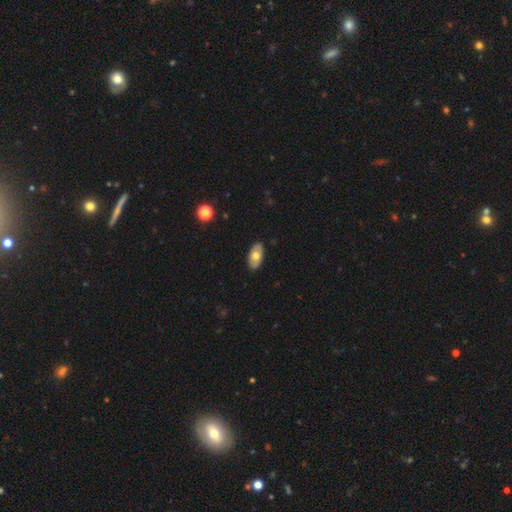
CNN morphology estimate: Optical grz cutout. It shows a smooth galaxy with no disk features (62%) that is in between round and cigar-shaped (93%). Merging: none (88%).